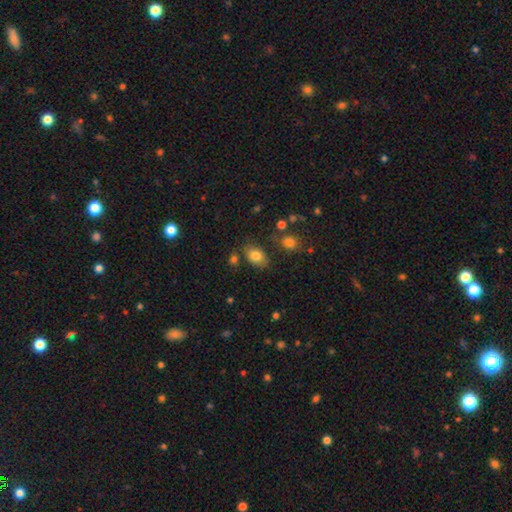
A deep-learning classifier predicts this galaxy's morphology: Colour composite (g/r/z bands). It shows a smooth galaxy with no disk features (81%) that is in between round and cigar-shaped (83%). Merging: none (73%).